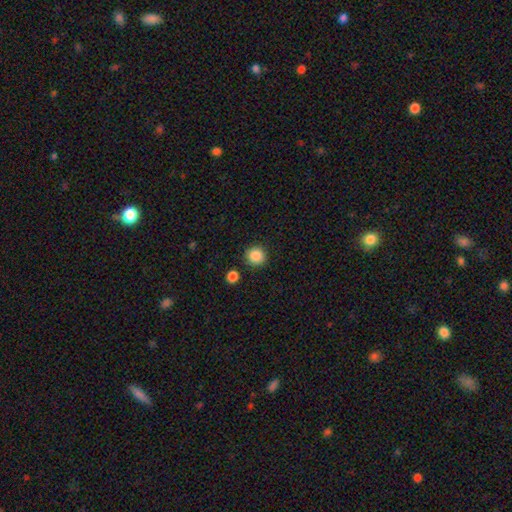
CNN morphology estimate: Smooth or featured? Predicted: smooth (p=0.87). How rounded? Predicted: round (p=0.92). Merging? Predicted: none (p=0.89).